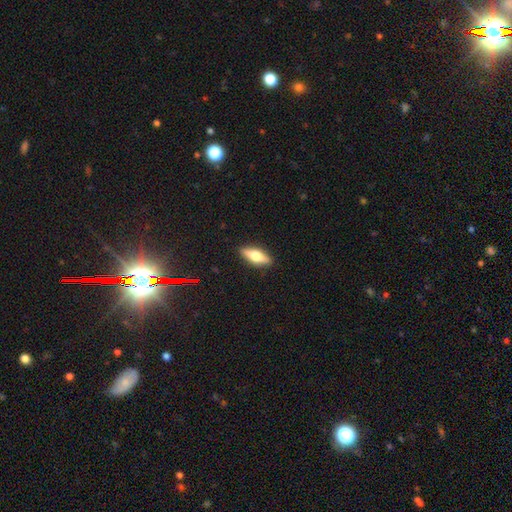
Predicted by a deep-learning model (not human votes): smooth_or_featured: smooth (p=0.53) [alt: featured or disk p=0.41]
how_rounded: in between (p=0.61) [alt: cigar-shaped p=0.36]
merging: none (p=0.90) [alt: minor disturbance p=0.07]